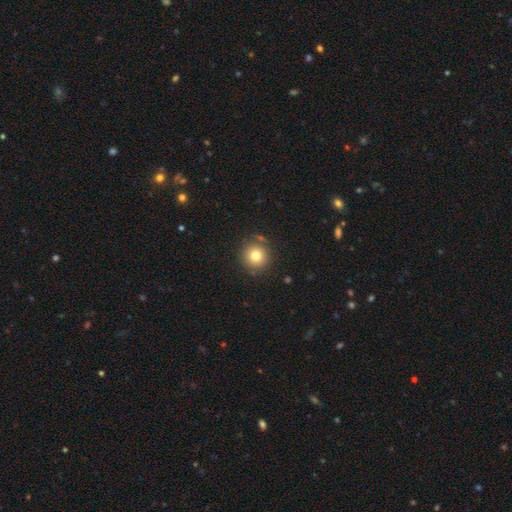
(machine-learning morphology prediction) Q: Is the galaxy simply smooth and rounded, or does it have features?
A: smooth — 78%.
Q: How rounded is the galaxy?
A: round — 94%.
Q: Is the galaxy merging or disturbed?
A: none — 84%.